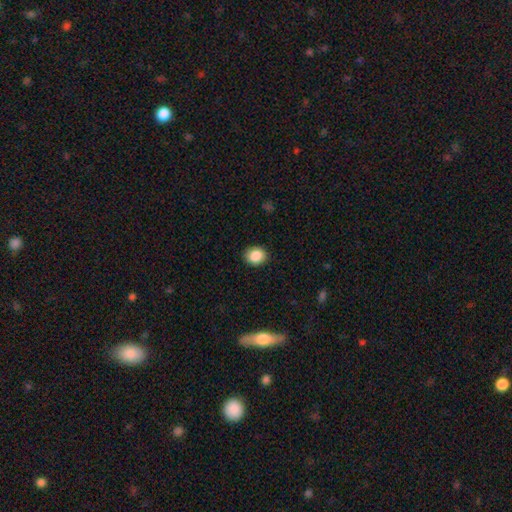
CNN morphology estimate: This is clearly a smooth galaxy (87%). How rounded: likely round (65%). Merging: clearly none (88%).